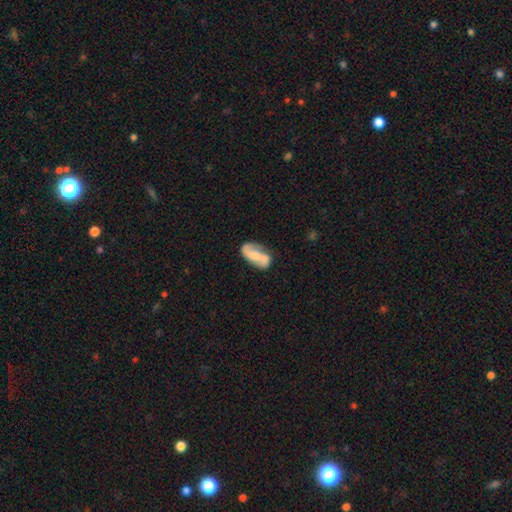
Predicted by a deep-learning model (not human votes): This appears to be a featured or disk galaxy (65%) with no bar (42%), 2 (87%) loose (52%) spiral arms (89%) and no central bulge (34%). Merging: none (60%).